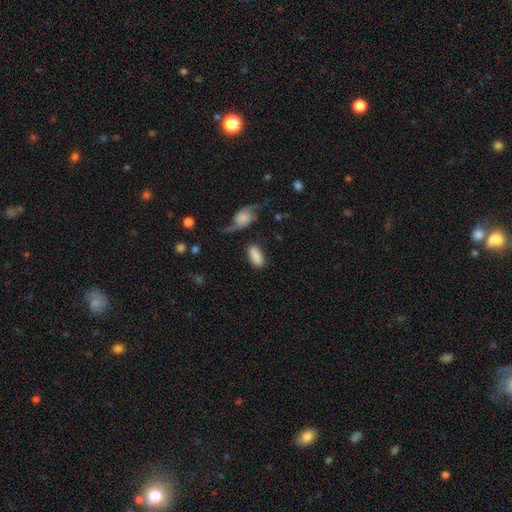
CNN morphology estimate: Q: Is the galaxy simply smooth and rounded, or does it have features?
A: smooth — 84%.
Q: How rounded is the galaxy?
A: in between — 90%.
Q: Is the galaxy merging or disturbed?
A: none — 68%.